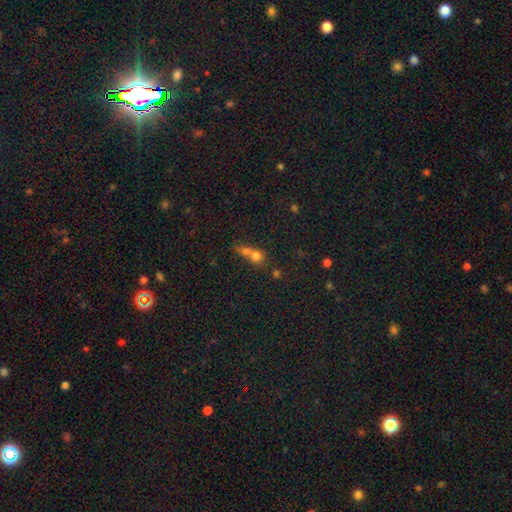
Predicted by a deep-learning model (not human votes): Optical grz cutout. It shows a smooth galaxy with no disk features (71%) that is round (72%). Merging: merger (66%).